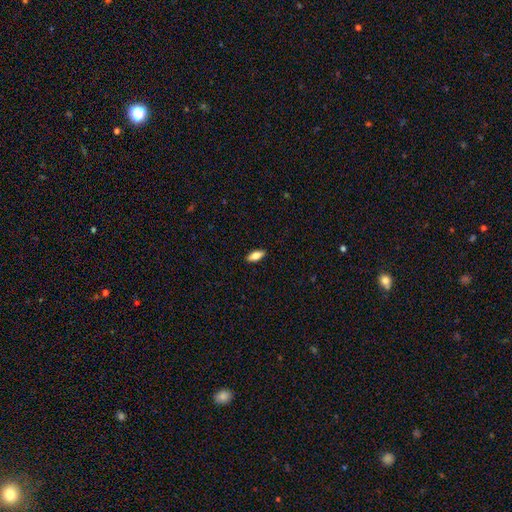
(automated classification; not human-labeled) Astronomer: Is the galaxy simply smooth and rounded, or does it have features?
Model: smooth — 76%.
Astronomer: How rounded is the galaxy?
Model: in between — 80%.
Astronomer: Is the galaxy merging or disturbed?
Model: none — 90%.